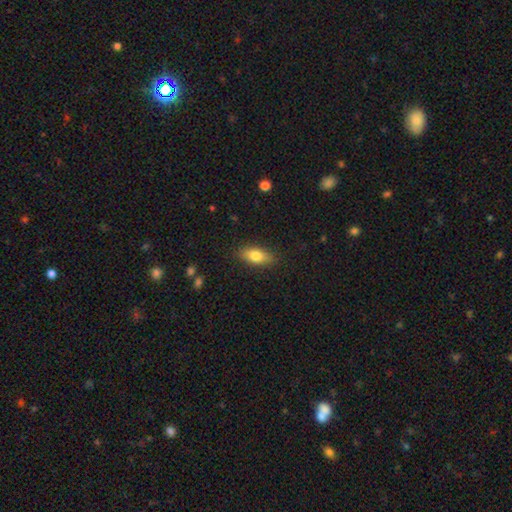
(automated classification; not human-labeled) Smooth or featured? Predicted: smooth (p=0.78). How rounded? Predicted: in between (p=0.80). Merging? Predicted: none (p=0.86).